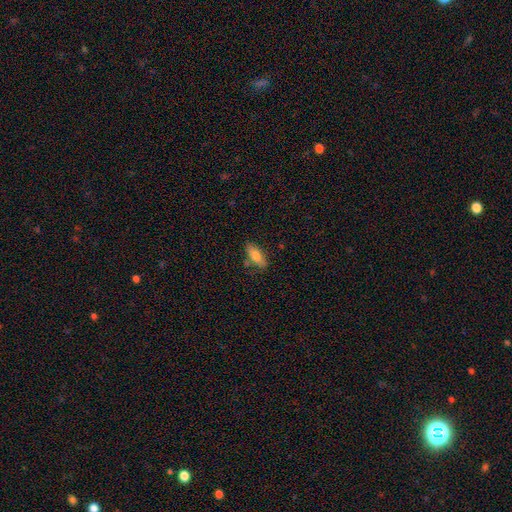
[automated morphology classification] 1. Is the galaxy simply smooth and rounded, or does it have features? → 78% smooth, 15% featured or disk, 7% star or artifact.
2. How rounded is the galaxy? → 71% in between, 27% cigar-shaped, 2% round.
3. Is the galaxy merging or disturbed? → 74% none, 17% minor disturbance, 5% merger, 3% major disturbance.